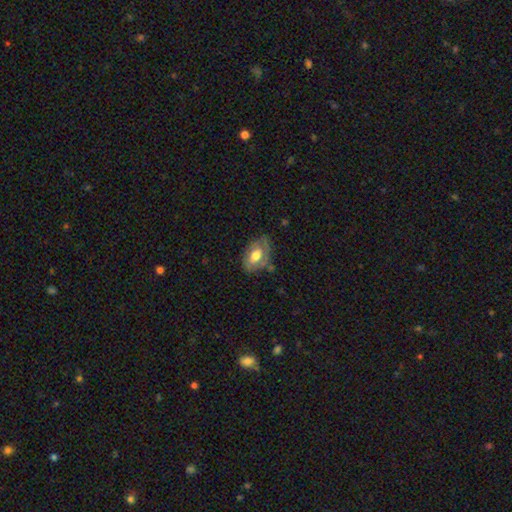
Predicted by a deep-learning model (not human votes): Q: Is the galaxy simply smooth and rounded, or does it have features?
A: smooth — 50%.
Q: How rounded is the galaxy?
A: in between — 86%.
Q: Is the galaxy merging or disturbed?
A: none — 54%.